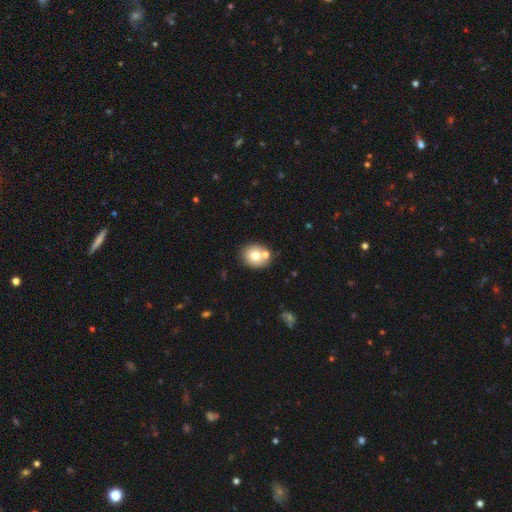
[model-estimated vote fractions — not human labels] Overall: smooth (73%). How rounded: round (72%). Merging: none (66%).